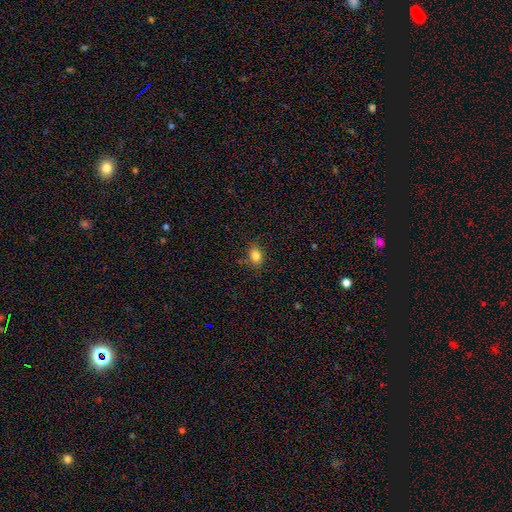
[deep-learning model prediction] A smooth galaxy with no disk features (82%) that is in between round and cigar-shaped (71%). Merging: none (82%).